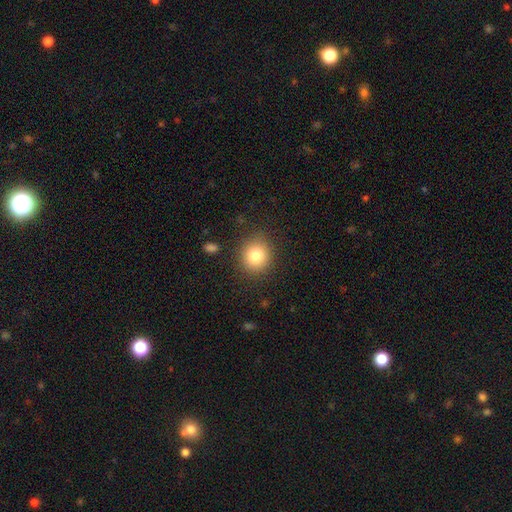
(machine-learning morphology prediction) smooth 81%, star or artifact 11%, featured or disk 8%. Down the decision tree: how rounded — round (85%); merging — none (86%).